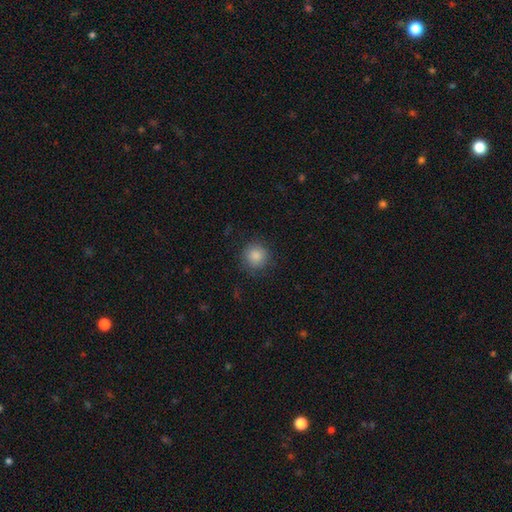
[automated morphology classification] Smooth or featured? Predicted: smooth (p=0.86). How rounded? Predicted: round (p=0.93). Merging? Predicted: none (p=0.84).